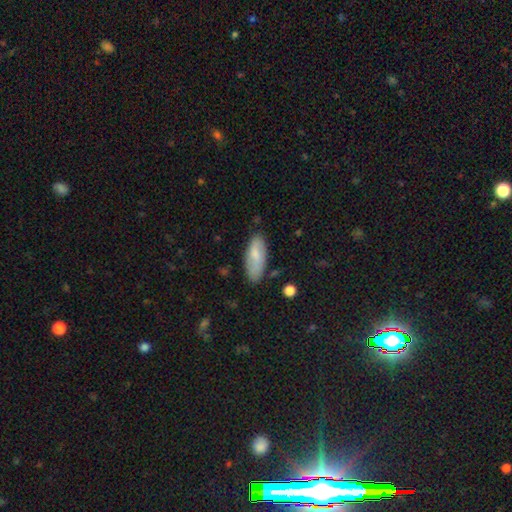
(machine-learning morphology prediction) smooth-or-featured: smooth: 72% | featured or disk: 22% | star or artifact: 6%
  how-rounded: in between: 80% | cigar-shaped: 18% | round: 2%
  merging: none: 78% | minor disturbance: 17% | major disturbance: 3% | merger: 2%